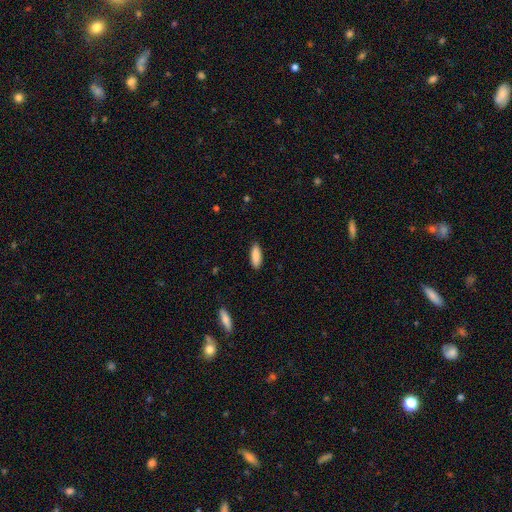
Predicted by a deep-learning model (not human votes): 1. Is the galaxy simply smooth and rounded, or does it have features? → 87% smooth, 7% featured or disk, 6% star or artifact.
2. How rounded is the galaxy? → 68% in between, 31% cigar-shaped, 2% round.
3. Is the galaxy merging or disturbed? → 88% none, 9% minor disturbance, 2% major disturbance, 1% merger.